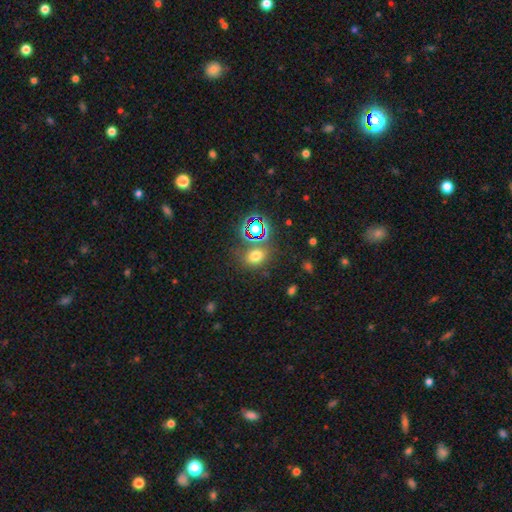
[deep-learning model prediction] Q: Smooth or featured?
A: smooth (63%); runner-up: star or artifact (28%)
Q: How rounded?
A: round (50%); runner-up: in between (49%)
Q: Merging?
A: none (72%); runner-up: minor disturbance (12%)